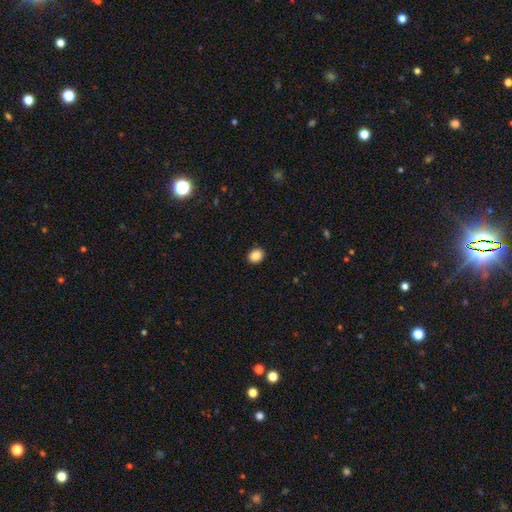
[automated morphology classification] Smooth or featured? Predicted: smooth (p=0.88). How rounded? Predicted: round (p=0.67). Merging? Predicted: none (p=0.91).